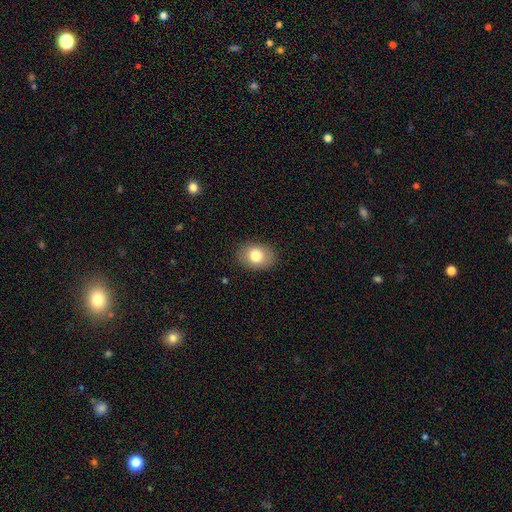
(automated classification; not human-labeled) Smooth or featured? Predicted: smooth (p=0.79). How rounded? Predicted: in between (p=0.70). Merging? Predicted: none (p=0.86).